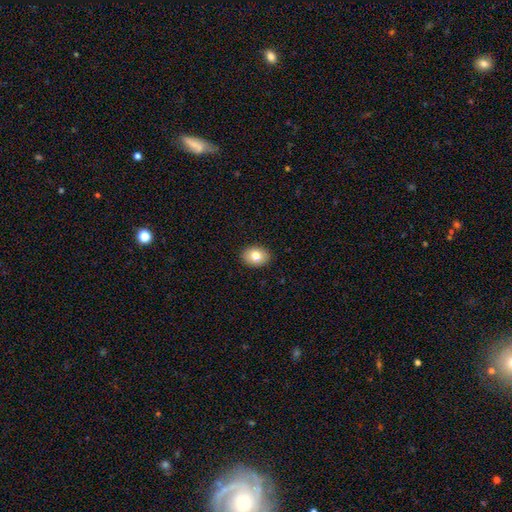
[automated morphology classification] type=smooth (81%); roundness=in between (67%); merging=none (90%).